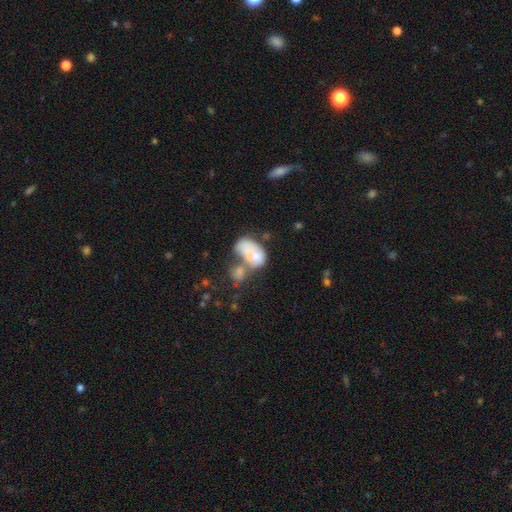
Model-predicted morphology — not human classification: Q: Smooth or featured?
A: smooth (68%); runner-up: featured or disk (23%)
Q: How rounded?
A: in between (88%); runner-up: round (10%)
Q: Merging?
A: merger (58%); runner-up: none (15%)